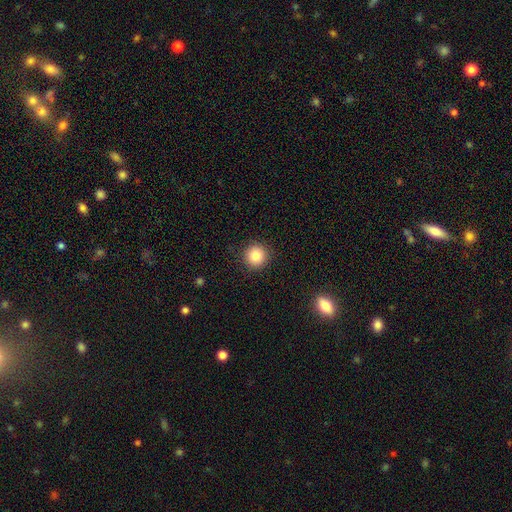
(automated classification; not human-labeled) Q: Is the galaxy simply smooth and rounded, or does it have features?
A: smooth — 84%.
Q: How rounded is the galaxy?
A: round — 94%.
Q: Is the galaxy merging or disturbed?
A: none — 91%.